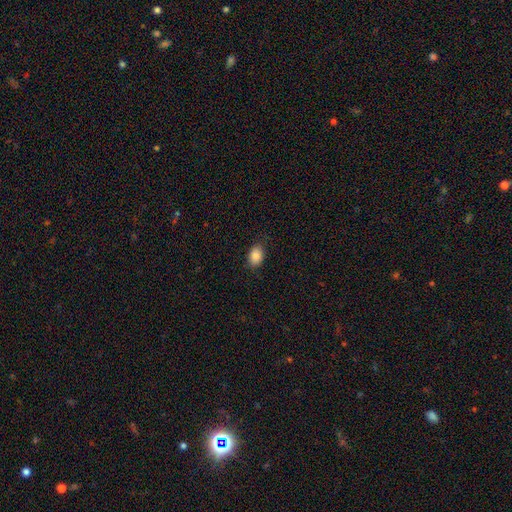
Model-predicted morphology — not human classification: Smooth or featured? smooth (87%)
How rounded? in between (80%)
Merging? none (83%)